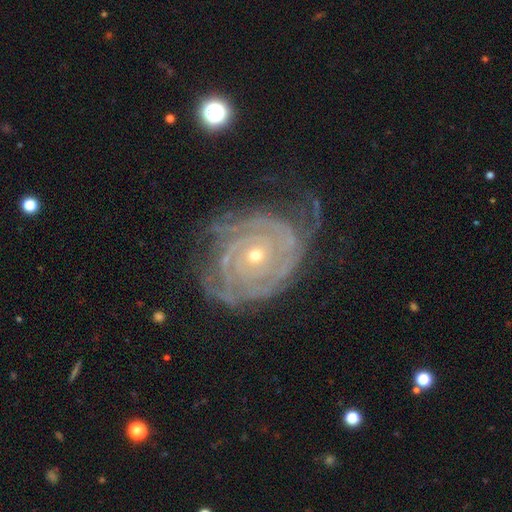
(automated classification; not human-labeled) smooth-or-featured: featured or disk: 89% | star or artifact: 6% | smooth: 5%
  disk-edge-on: no: 97% | yes: 3%
    bar: no: 81% | weak: 13% | strong: 6%
    has-spiral-arms: yes: 97% | no: 3%
      spiral-winding: tight: 83% | medium: 13% | loose: 3%
      spiral-arm-count: can't tell: 26% | 2: 21% | 3: 19% | 4: 16% | more than 4: 11% | 1: 7%
    bulge-size: small: 67% | moderate: 30% | large: 1% | none: 1% | dominant: 1%
  merging: none: 62% | minor disturbance: 23% | major disturbance: 14% | merger: 2%